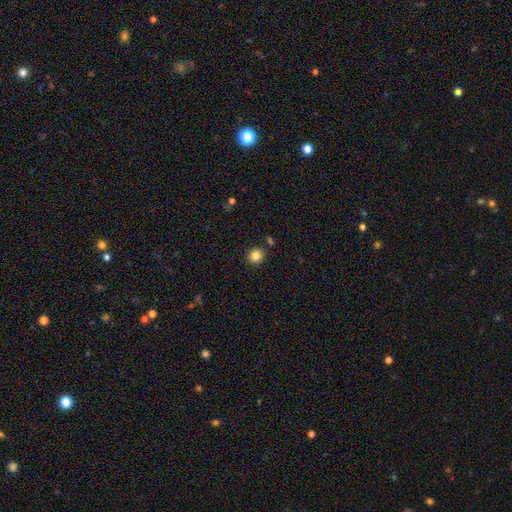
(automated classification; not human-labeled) smooth_or_featured: smooth (p=0.84) [alt: star or artifact p=0.11]
how_rounded: round (p=0.92) [alt: in between p=0.07]
merging: none (p=0.88) [alt: minor disturbance p=0.06]